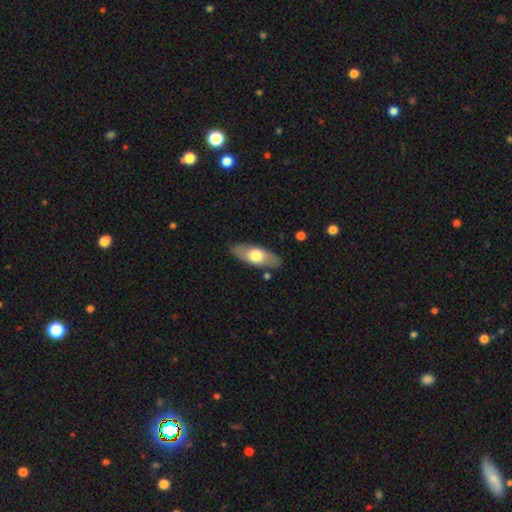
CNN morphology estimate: smooth-or-featured: smooth: 59% | featured or disk: 35% | star or artifact: 5%
  how-rounded: in between: 77% | cigar-shaped: 20% | round: 3%
  merging: none: 85% | minor disturbance: 11% | major disturbance: 2% | merger: 2%